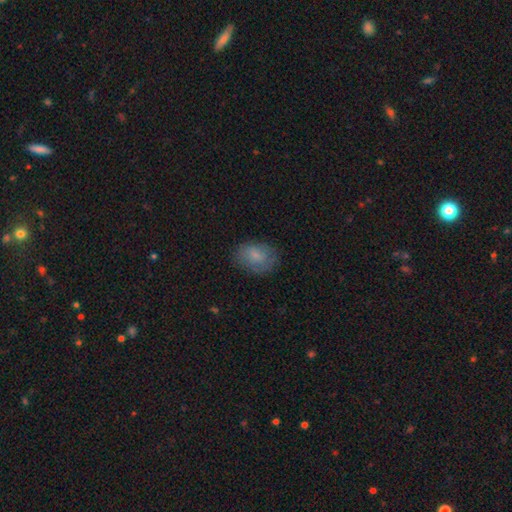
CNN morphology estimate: smooth-or-featured: smooth: 79% | featured or disk: 14% | star or artifact: 8%
  how-rounded: in between: 73% | round: 26% | cigar-shaped: 1%
  merging: none: 75% | minor disturbance: 18% | major disturbance: 5% | merger: 1%